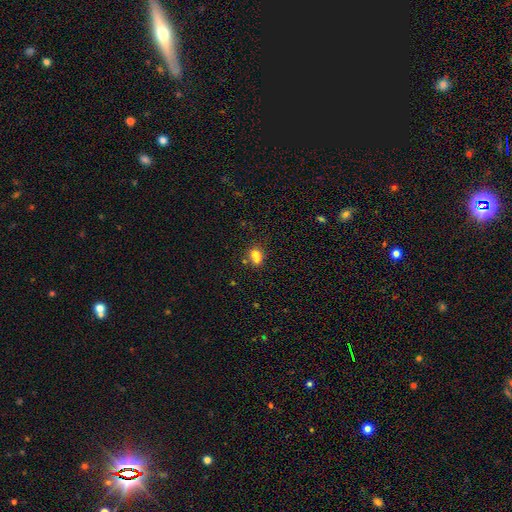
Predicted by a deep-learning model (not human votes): Smooth or featured: smooth — 71% (featured or disk — 15%)
How rounded: round — 57% (in between — 42%)
Merging: merger — 46% (none — 35%)